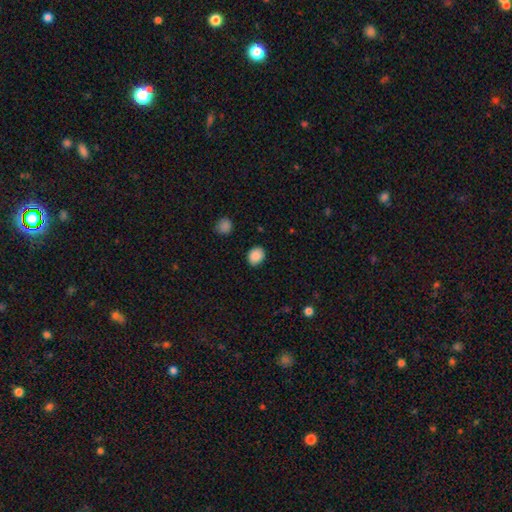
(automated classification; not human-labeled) A smooth galaxy with no disk features (88%) that is round (51%).

Vote fractions:
- Smooth or featured? smooth: 88% / star or artifact: 9% / featured or disk: 3%
- How rounded? round: 51% / in between: 48% / cigar-shaped: 1%
- Merging? none: 87% / minor disturbance: 10% / major disturbance: 2% / merger: 1%